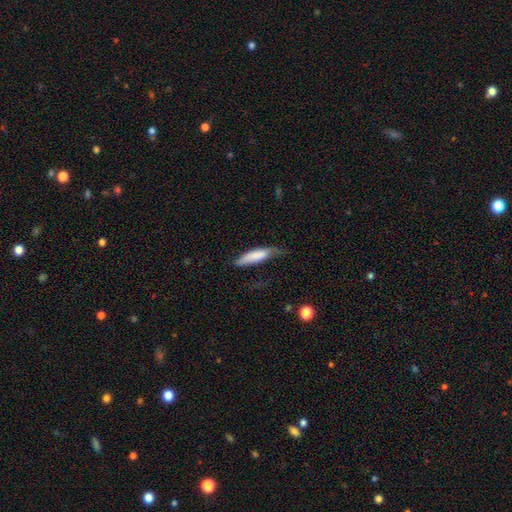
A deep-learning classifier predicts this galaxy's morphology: type=smooth (78%); roundness=cigar-shaped (64%); merging=minor disturbance (40%).